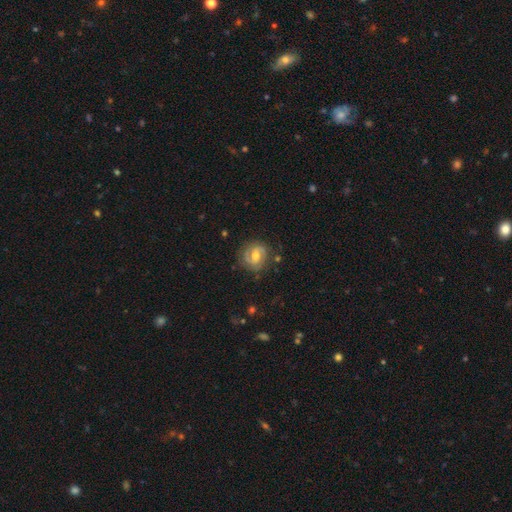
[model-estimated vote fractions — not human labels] Smooth or featured? featured or disk (72%)
Edge-on disk? no (97%)
Bar? weak (51%)
Spiral arms? yes (89%)
Spiral winding? tight (44%)
Spiral arm count? 2 (77%)
Bulge size? moderate (65%)
Merging? none (76%)